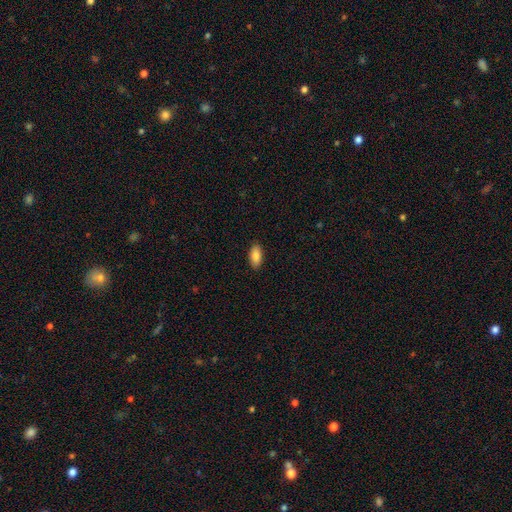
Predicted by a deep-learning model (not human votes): A smooth galaxy with no disk features (86%) that is in between round and cigar-shaped (91%). Merging: none (89%).